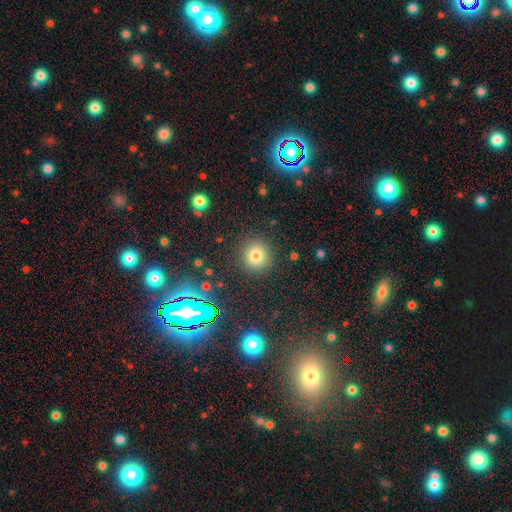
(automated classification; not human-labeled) This is likely a smooth galaxy (76%). How rounded: clearly round (89%). Merging: clearly none (88%).